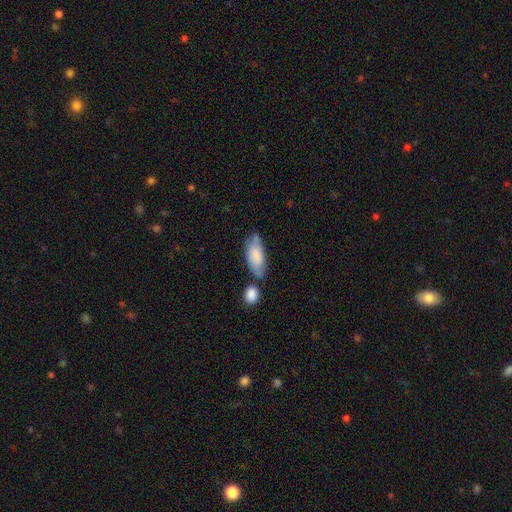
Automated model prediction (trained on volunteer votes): smooth_or_featured: smooth (p=0.77) [alt: featured or disk p=0.17]
how_rounded: in between (p=0.83) [alt: cigar-shaped p=0.14]
merging: none (p=0.52) [alt: minor disturbance p=0.23]